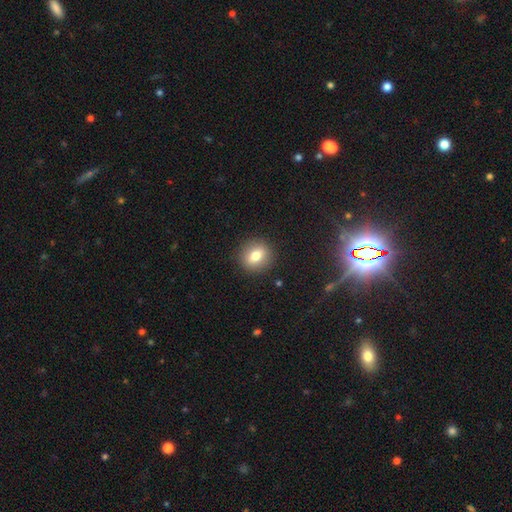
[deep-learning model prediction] This appears to be a smooth galaxy with no disk features (75%) that is round (69%). Merging: none (89%).